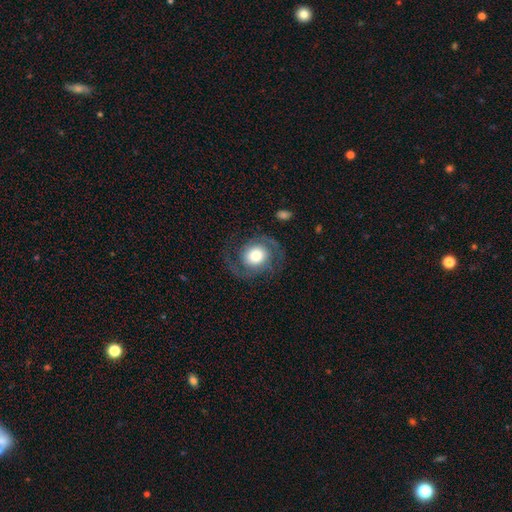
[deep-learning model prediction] Smooth or featured?
  - featured or disk: 71% *
  - smooth: 22%
  - star or artifact: 7%
Edge-on disk?
  - no: 98% *
  - yes: 2%
Bar?
  - no: 75% *
  - weak: 20%
  - strong: 5%
Spiral arms?
  - yes: 91% *
  - no: 9%
Spiral winding?
  - medium: 50% *
  - tight: 27%
  - loose: 24%
Spiral arm count?
  - 2: 90% *
  - 1: 3%
  - can't tell: 3%
  - 3: 1%
  - 4: 1%
  - more than 4: 1%
Bulge size?
  - moderate: 41% * (tied)
  - large: 41% * (tied)
  - dominant: 10%
  - small: 6%
  - none: 1%
Merging?
  - none: 74% *
  - minor disturbance: 13%
  - major disturbance: 11%
  - merger: 1%